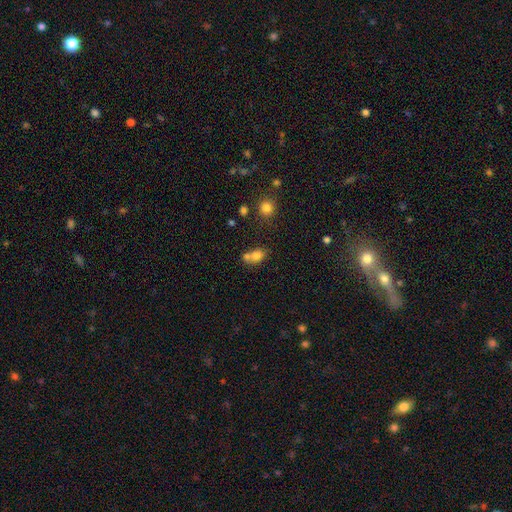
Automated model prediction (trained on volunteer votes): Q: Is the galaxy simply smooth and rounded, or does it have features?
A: smooth — 77%.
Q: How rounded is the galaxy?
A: in between — 68%.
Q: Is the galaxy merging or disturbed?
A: merger — 45%.